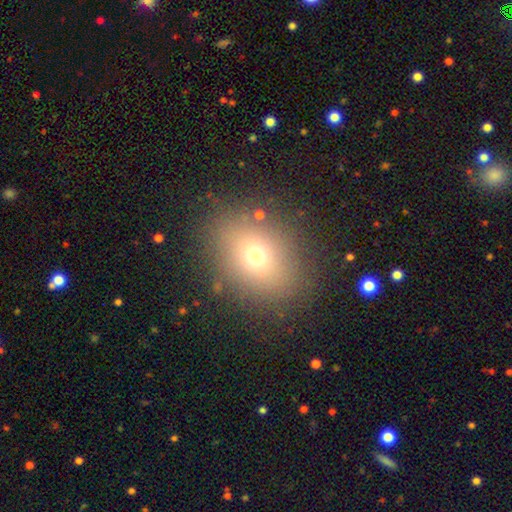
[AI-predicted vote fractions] Smooth or featured? Predicted: smooth (p=0.68). How rounded? Predicted: in between (p=0.53). Merging? Predicted: none (p=0.83).